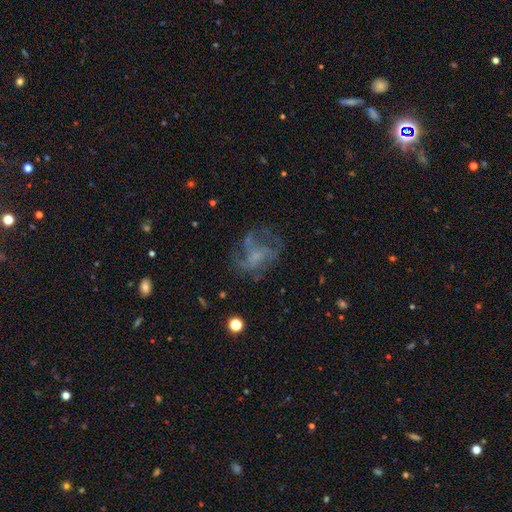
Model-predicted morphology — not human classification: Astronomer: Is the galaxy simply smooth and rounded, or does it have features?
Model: featured or disk — 66%.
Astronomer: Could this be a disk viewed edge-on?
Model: no — 98%.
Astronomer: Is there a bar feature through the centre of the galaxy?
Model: no — 74%.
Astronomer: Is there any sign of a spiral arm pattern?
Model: yes — 67%.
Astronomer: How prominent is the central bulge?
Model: small — 44% (runner-up: none, 35%).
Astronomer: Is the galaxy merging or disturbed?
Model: none — 53%.